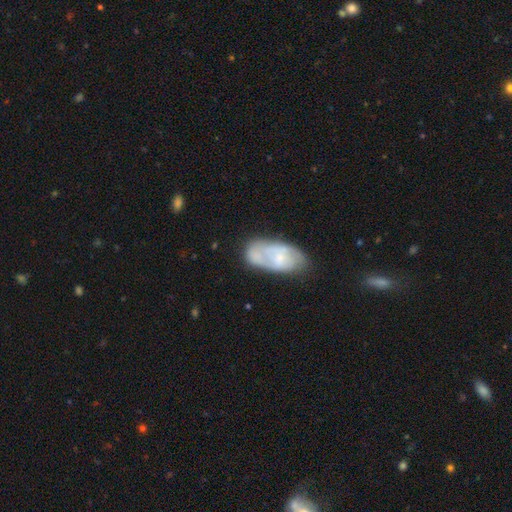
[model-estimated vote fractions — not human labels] Morphology: type=smooth (48%); merging=none (51%).